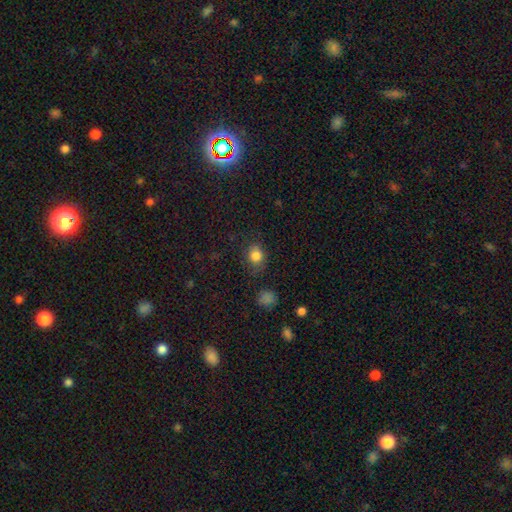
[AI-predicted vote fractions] smooth-or-featured: smooth: 83% | star or artifact: 12% | featured or disk: 5%
  how-rounded: round: 70% | in between: 29% | cigar-shaped: 1%
  merging: none: 74% | minor disturbance: 18% | major disturbance: 6% | merger: 2%